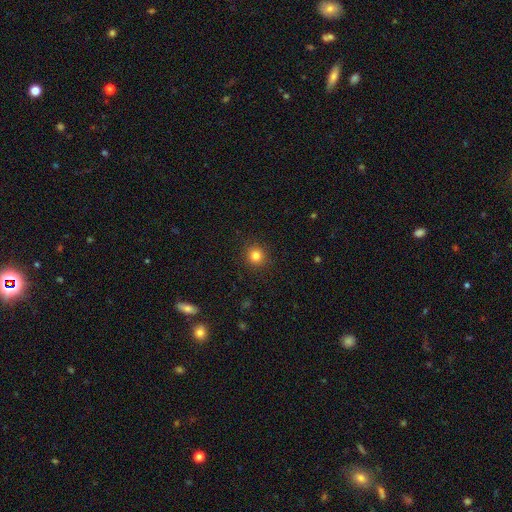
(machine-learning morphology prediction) A smooth galaxy with no disk features (82%) that is round (94%).

Vote fractions:
- Smooth or featured? smooth: 82% / star or artifact: 13% / featured or disk: 5%
- How rounded? round: 94% / in between: 5% / cigar-shaped: 1%
- Merging? none: 92% / minor disturbance: 5% / major disturbance: 2% / merger: 1%